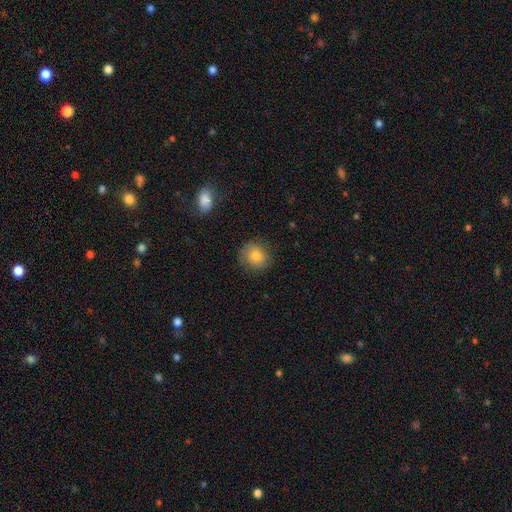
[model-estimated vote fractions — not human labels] A smooth galaxy with no disk features (79%) that is round (82%). Merging: none (83%).